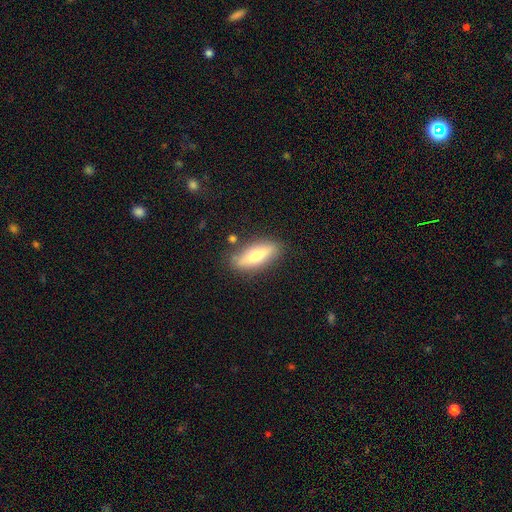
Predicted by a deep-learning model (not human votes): Smooth or featured? Predicted: smooth (p=0.57). How rounded? Predicted: in between (p=0.51). Merging? Predicted: none (p=0.83).